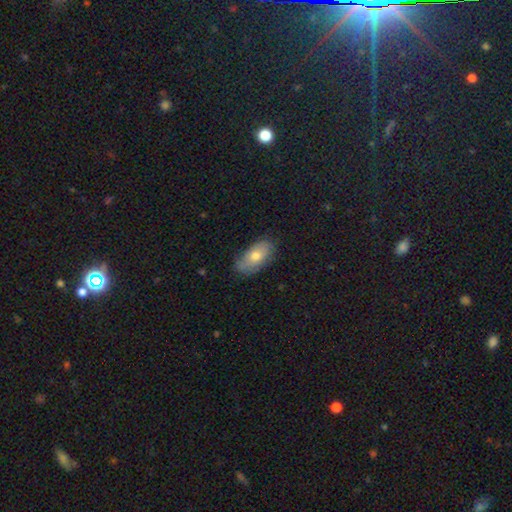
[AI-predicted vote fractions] Smooth or featured? smooth (69%)
How rounded? in between (92%)
Merging? none (68%)